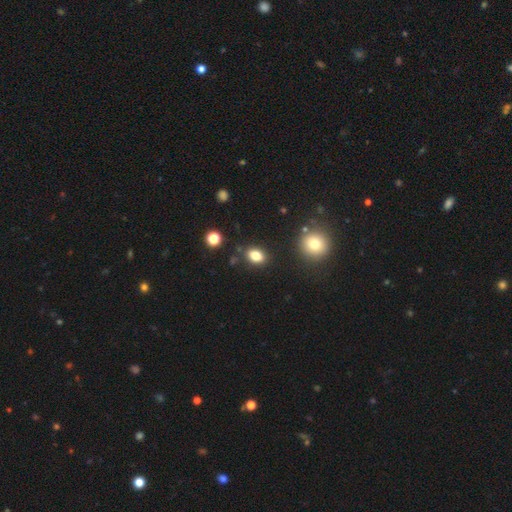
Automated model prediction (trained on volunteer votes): This appears to be a smooth galaxy with no disk features (82%) that is in between round and cigar-shaped (72%). Merging: none (83%).